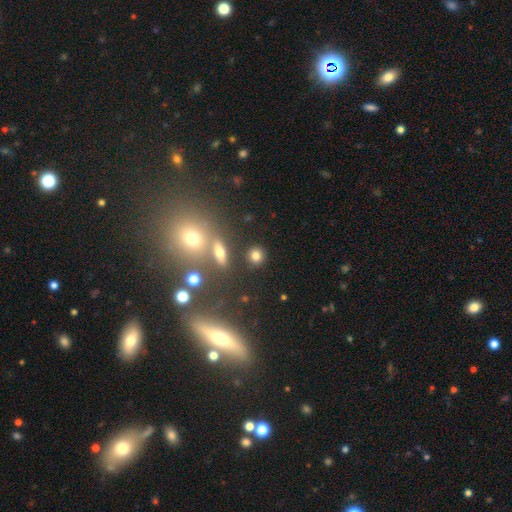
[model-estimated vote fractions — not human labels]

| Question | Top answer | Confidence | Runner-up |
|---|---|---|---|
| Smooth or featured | smooth | 78% | star or artifact (14%) |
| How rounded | round | 82% | in between (15%) |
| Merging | none | 83% | minor disturbance (8%) |